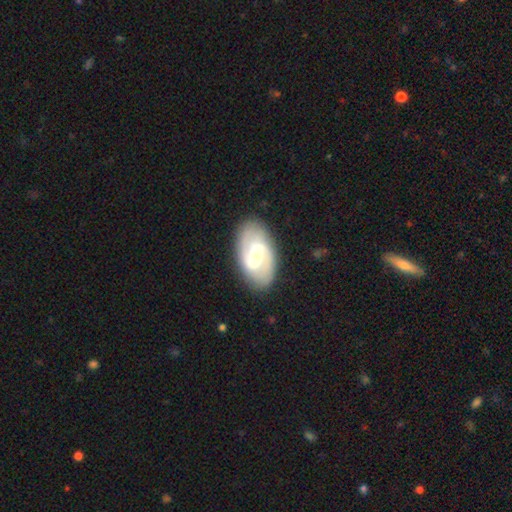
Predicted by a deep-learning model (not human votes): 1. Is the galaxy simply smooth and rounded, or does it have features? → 75% featured or disk, 19% smooth, 5% star or artifact.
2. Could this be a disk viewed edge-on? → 96% no, 4% yes.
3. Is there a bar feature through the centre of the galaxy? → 52% strong, 39% weak, 9% no.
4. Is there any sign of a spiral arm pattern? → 85% yes, 15% no.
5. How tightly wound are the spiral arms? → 43% medium, 29% loose, 28% tight.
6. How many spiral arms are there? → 83% 2, 10% can't tell, 2% 1, 2% 3, 1% 4, 1% more than 4.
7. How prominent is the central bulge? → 48% moderate, 24% large, 19% small, 6% none, 3% dominant.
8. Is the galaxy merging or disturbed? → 81% none, 12% minor disturbance, 5% major disturbance, 1% merger.